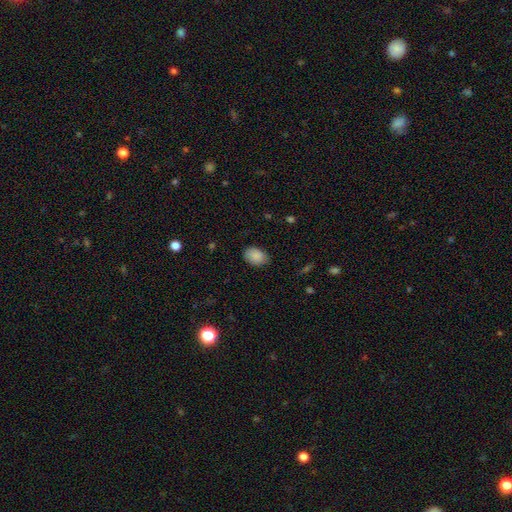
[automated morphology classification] The model was most divided on "how rounded": in between: 80%, round: 19%, cigar-shaped: 1%. More confident: smooth or featured — smooth (88%); merging — none (81%).